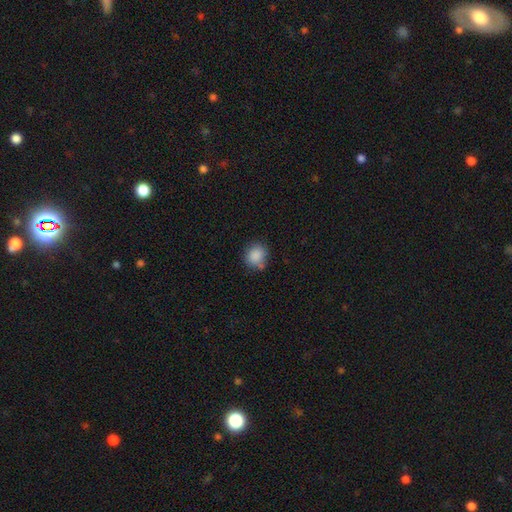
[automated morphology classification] smooth-or-featured: smooth: 87% | star or artifact: 9% | featured or disk: 4%
  how-rounded: round: 79% | in between: 20% | cigar-shaped: 1%
  merging: none: 71% | minor disturbance: 16% | merger: 8% | major disturbance: 4%